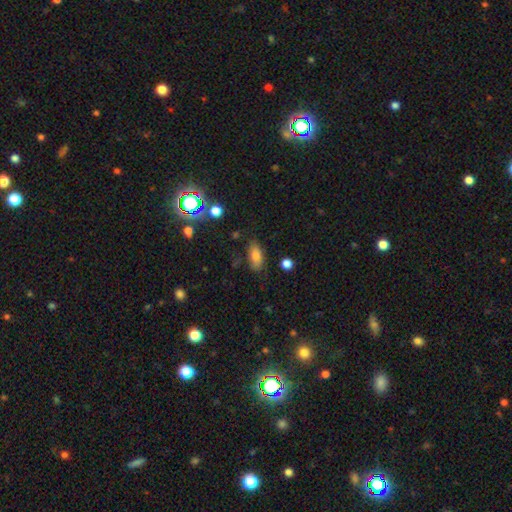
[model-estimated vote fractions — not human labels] A smooth galaxy with no disk features (78%) that is in between round and cigar-shaped (85%).

Vote fractions:
- Smooth or featured? smooth: 78% / featured or disk: 11% / star or artifact: 11%
- How rounded? in between: 85% / cigar-shaped: 10% / round: 4%
- Merging? none: 76% / minor disturbance: 16% / major disturbance: 5% / merger: 3%